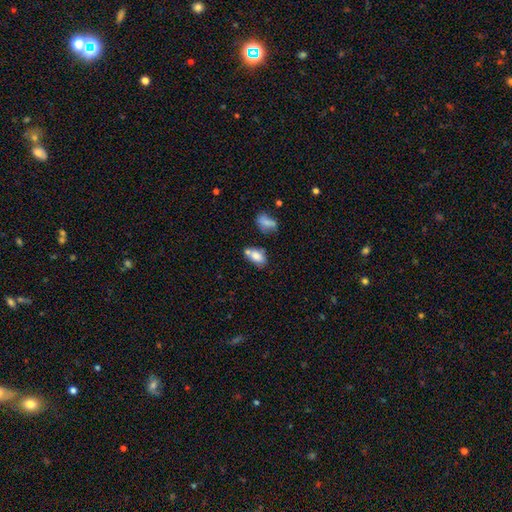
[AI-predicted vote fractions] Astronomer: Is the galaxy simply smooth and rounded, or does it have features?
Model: smooth — 78%.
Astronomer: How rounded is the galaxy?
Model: in between — 88%.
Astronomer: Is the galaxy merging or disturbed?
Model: none — 43% (runner-up: merger, 29%).